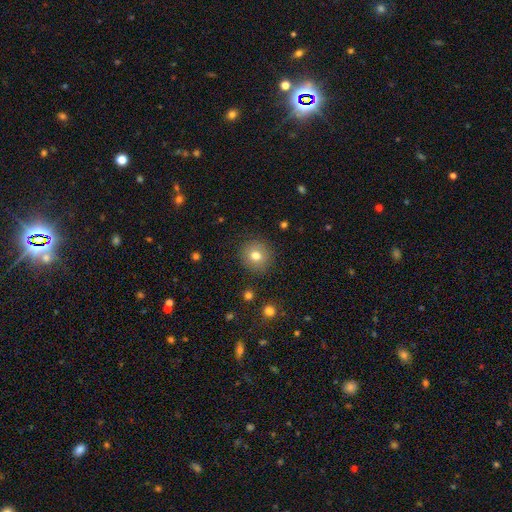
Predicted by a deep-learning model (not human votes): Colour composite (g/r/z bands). It shows a smooth galaxy with no disk features (78%) that is round (91%). Merging: none (89%).